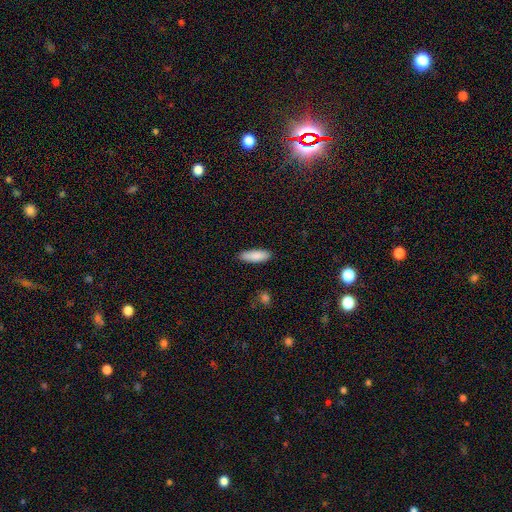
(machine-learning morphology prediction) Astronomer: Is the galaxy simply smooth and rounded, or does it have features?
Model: smooth — 87%.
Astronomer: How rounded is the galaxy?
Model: in between — 58% (runner-up: cigar-shaped, 40%).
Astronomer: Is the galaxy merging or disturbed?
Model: none — 87%.